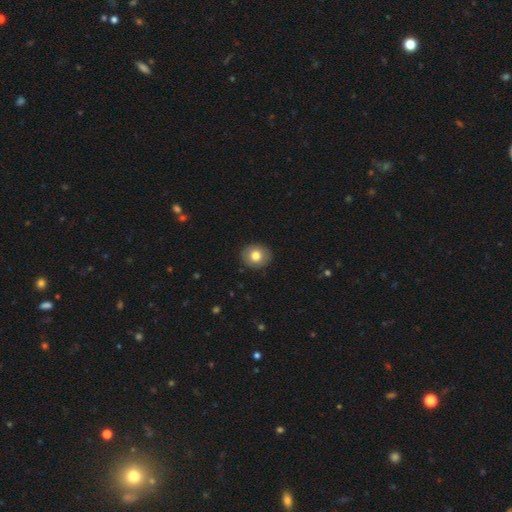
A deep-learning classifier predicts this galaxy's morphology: smooth-or-featured: smooth: 77% | featured or disk: 15% | star or artifact: 8%
  how-rounded: round: 78% | in between: 21% | cigar-shaped: 1%
  merging: none: 90% | minor disturbance: 7% | major disturbance: 2% | merger: 1%